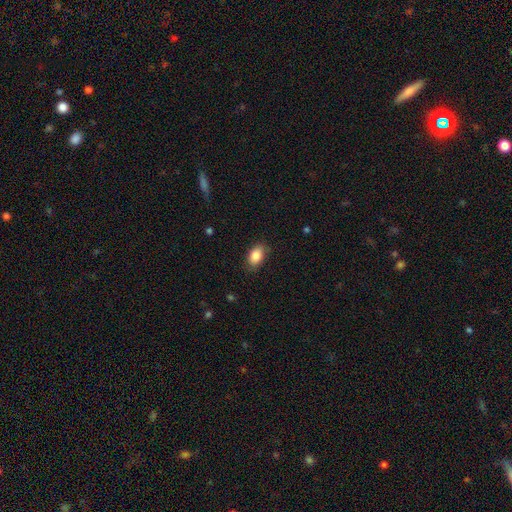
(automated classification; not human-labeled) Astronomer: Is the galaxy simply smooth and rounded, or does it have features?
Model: smooth — 86%.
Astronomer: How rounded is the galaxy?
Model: in between — 89%.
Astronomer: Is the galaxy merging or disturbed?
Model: none — 80%.